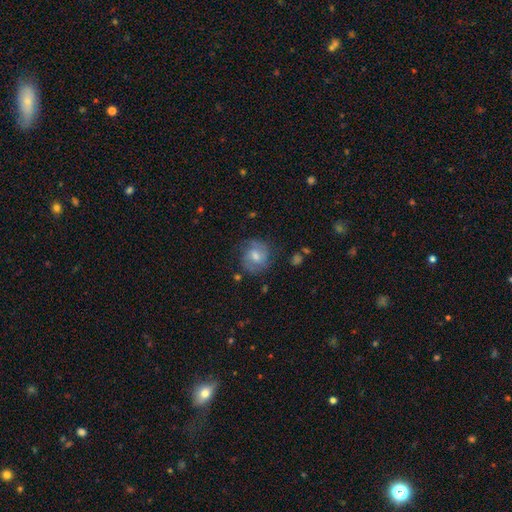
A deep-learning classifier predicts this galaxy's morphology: Smooth or featured: featured or disk — 48% (smooth — 44%)
Merging: none — 70% (minor disturbance — 19%)